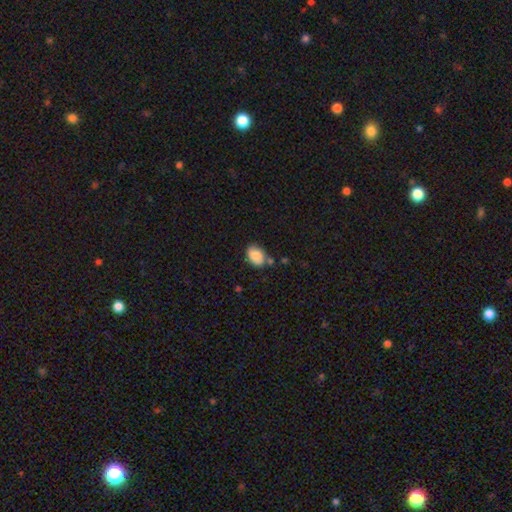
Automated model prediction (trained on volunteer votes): smooth 74%, featured or disk 17%, star or artifact 8%. Down the decision tree: how rounded — in between (75%); merging — none (63%).